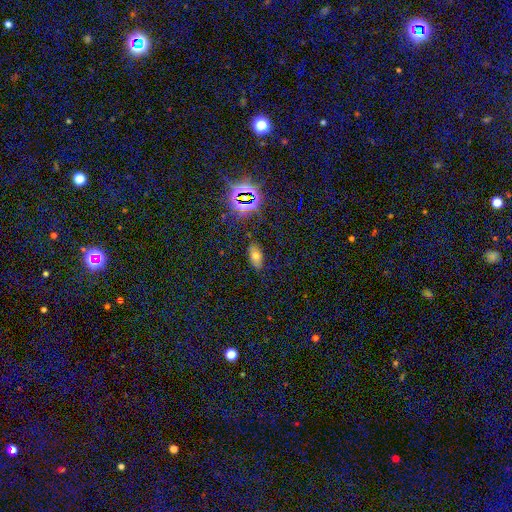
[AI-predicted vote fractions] smooth-or-featured: smooth: 59% | star or artifact: 25% | featured or disk: 16%
  how-rounded: in between: 87% | cigar-shaped: 8% | round: 6%
  merging: none: 84% | minor disturbance: 11% | major disturbance: 3% | merger: 2%